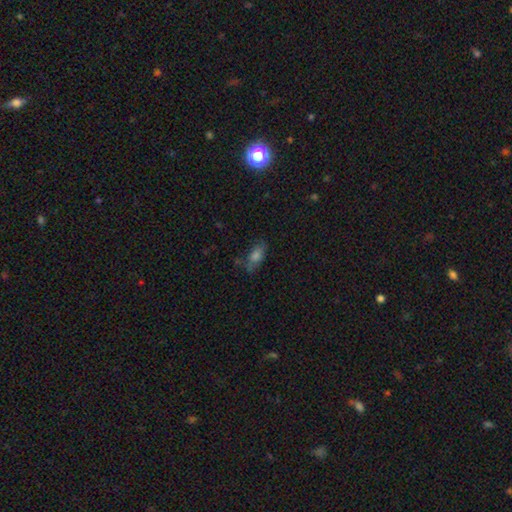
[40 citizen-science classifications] Overall: featured or disk (68%; smooth 30%). Edge-on disk: yes (85%). Edge-on bulge: rounded (100%). Merging: none (87%).